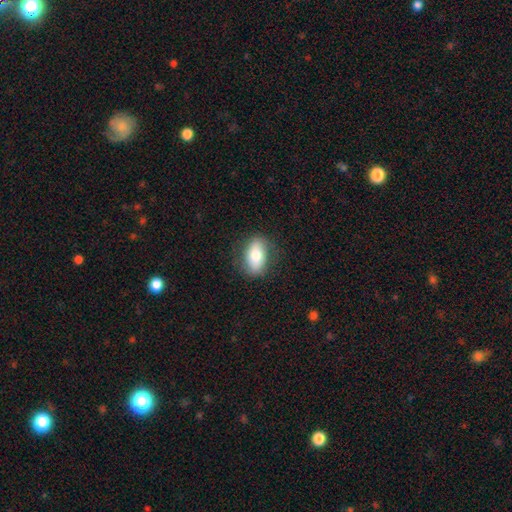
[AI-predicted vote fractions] A smooth galaxy with no disk features (70%) that is in between round and cigar-shaped (87%). Merging: none (82%).